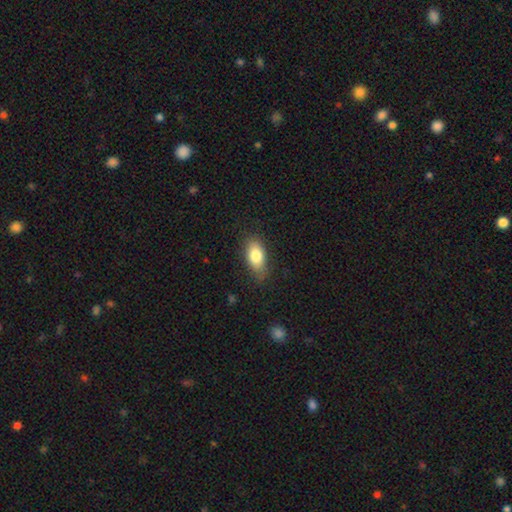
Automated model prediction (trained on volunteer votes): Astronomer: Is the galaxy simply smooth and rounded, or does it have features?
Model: smooth — 80%.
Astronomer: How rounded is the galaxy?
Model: in between — 87%.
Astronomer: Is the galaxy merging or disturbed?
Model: none — 78%.